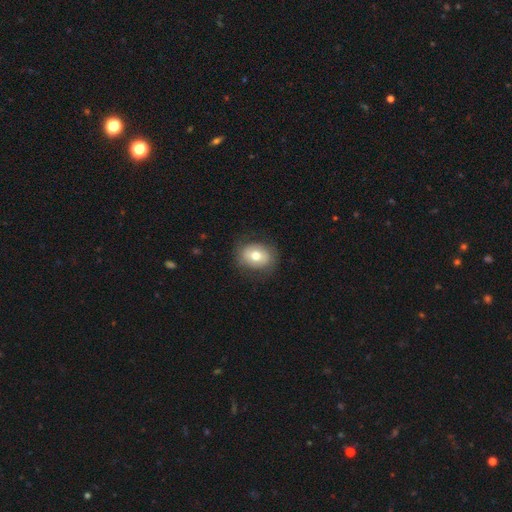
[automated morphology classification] This appears to be a smooth galaxy with no disk features (67%) that is in between round and cigar-shaped (53%). Merging: none (81%).